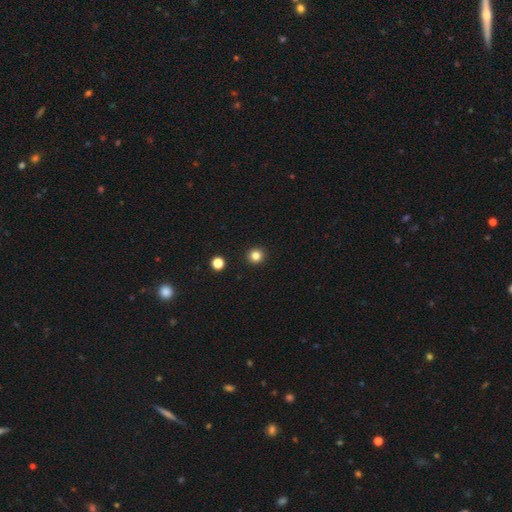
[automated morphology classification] A smooth galaxy with no disk features (83%) that is round (95%). Merging: none (94%).